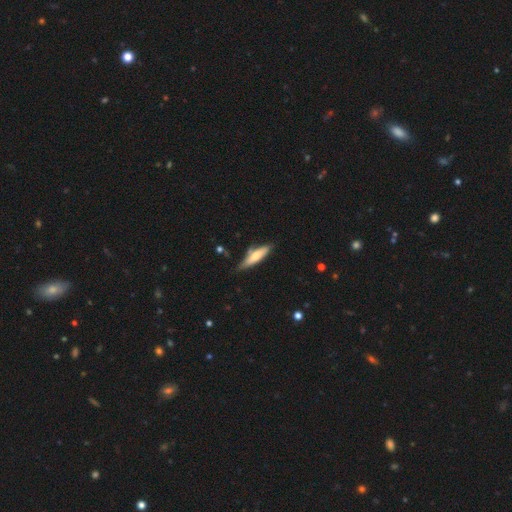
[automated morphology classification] smooth 62%, featured or disk 32%, star or artifact 6%. Down the decision tree: how rounded — cigar-shaped (73%); merging — none (67%).